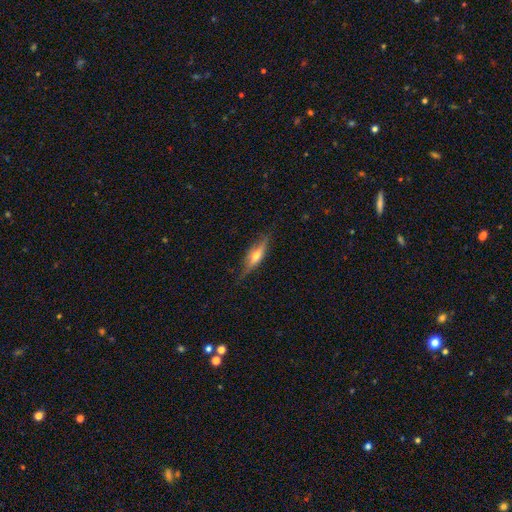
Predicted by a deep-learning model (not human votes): Overall: featured or disk (61%; smooth 32%). Edge-on disk: yes (91%). Edge-on bulge: rounded (88%). Merging: none (78%).